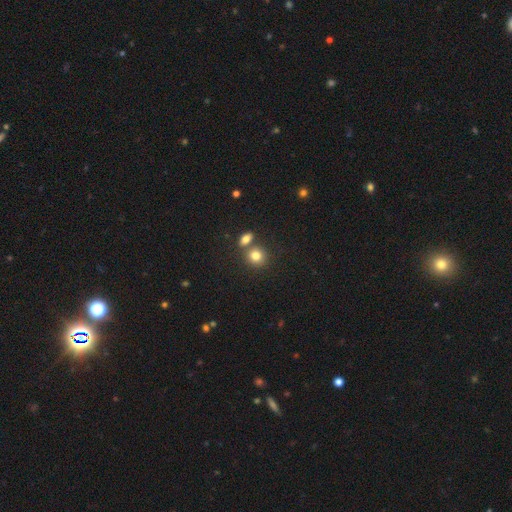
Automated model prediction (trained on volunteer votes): Smooth or featured? smooth (81%)
How rounded? round (79%)
Merging? none (60%)